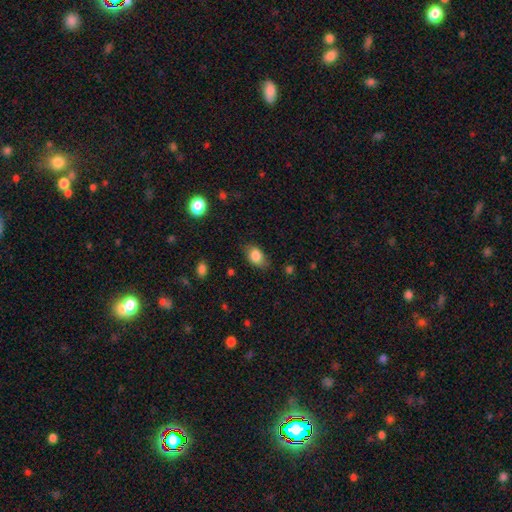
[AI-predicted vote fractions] Q: Smooth or featured?
A: smooth (83%); runner-up: featured or disk (8%)
Q: How rounded?
A: in between (83%); runner-up: round (15%)
Q: Merging?
A: none (74%); runner-up: minor disturbance (20%)